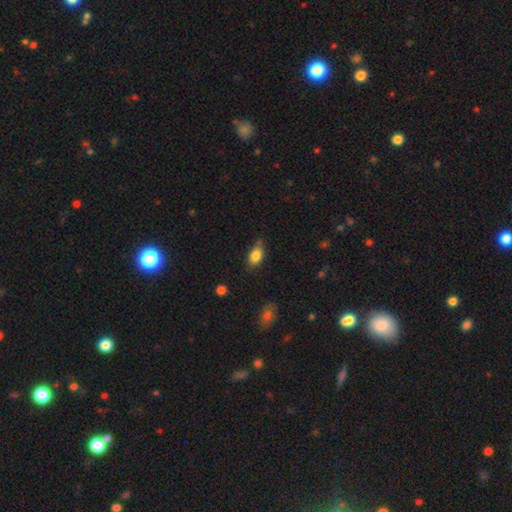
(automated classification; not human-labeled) smooth 84%, featured or disk 8%, star or artifact 8%. Down the decision tree: how rounded — in between (86%); merging — none (68%).